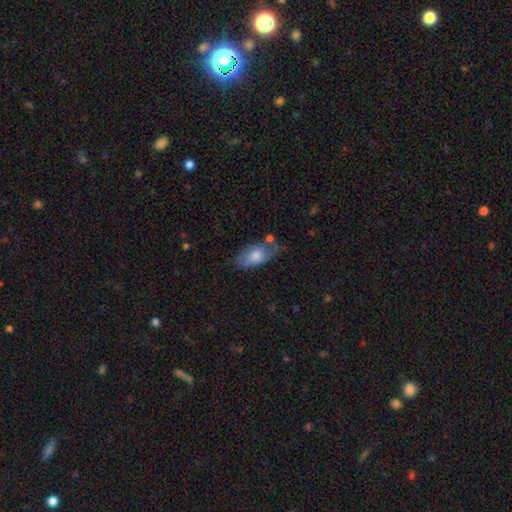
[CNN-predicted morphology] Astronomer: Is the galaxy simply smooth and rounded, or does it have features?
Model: smooth — 66%.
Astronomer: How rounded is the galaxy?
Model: in between — 90%.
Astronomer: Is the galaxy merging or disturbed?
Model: none — 47% (runner-up: minor disturbance, 31%).